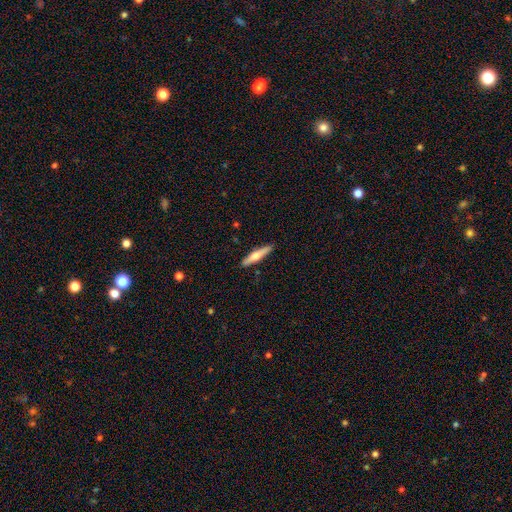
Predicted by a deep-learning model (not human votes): Smooth or featured? featured or disk (49%)
Merging? none (90%)